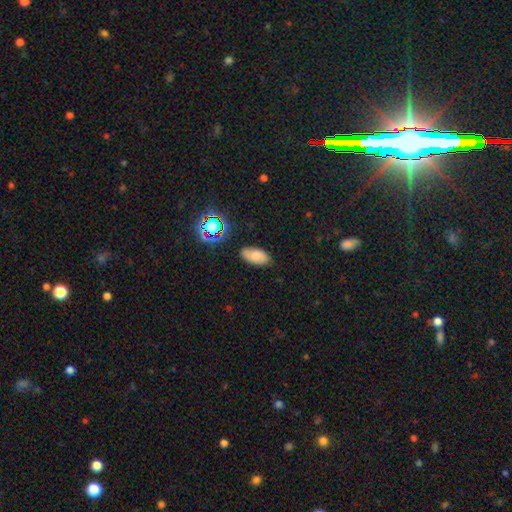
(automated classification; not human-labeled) smooth-or-featured: smooth: 73% | star or artifact: 13% | featured or disk: 13%
  how-rounded: in between: 91% | cigar-shaped: 5% | round: 4%
  merging: none: 78% | minor disturbance: 16% | major disturbance: 4% | merger: 2%